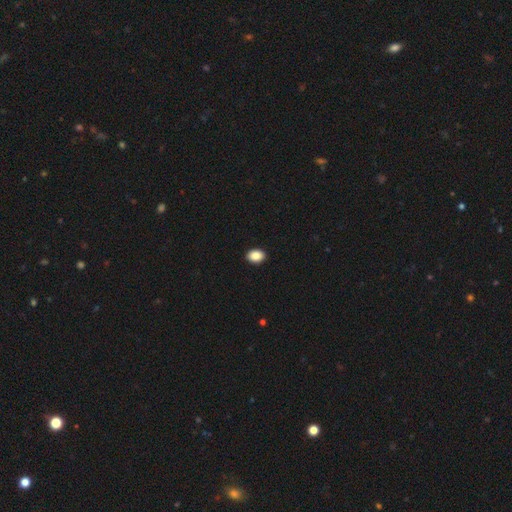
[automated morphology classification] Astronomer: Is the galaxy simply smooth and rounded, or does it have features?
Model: smooth — 89%.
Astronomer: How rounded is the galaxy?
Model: in between — 78%.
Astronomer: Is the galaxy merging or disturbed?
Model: none — 92%.